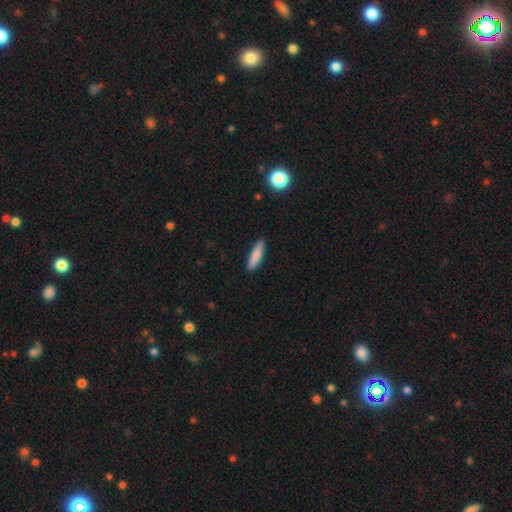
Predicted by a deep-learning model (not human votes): A smooth galaxy with no disk features (83%) that is cigar-shaped (74%).

Vote fractions:
- Smooth or featured? smooth: 83% / featured or disk: 11% / star or artifact: 6%
- How rounded? cigar-shaped: 74% / in between: 24% / round: 2%
- Merging? none: 88% / minor disturbance: 9% / major disturbance: 2% / merger: 1%